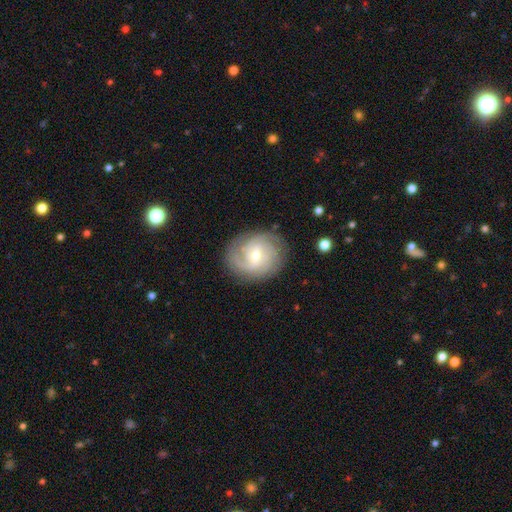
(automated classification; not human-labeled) This appears to be a featured or disk galaxy (84%) with a weak bar (57%), 3 (33%) tight (60%) spiral arms (97%) and a small central bulge (53%). Merging: none (82%).